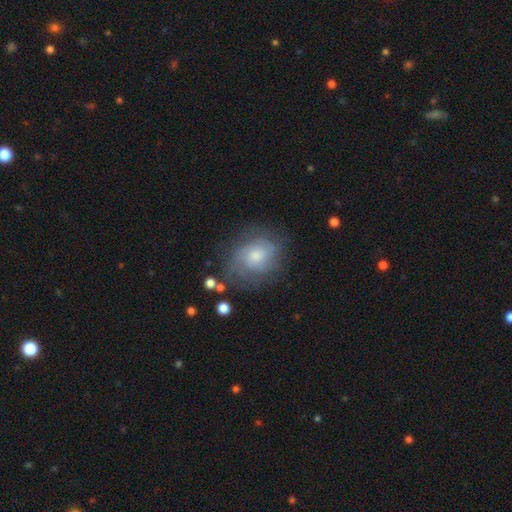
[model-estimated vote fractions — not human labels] featured or disk 51%, smooth 39%, star or artifact 10%. Down the decision tree: edge-on disk — no (97%); merging — none (67%).